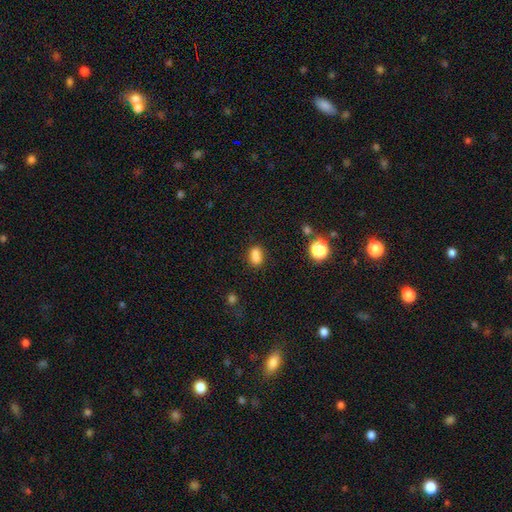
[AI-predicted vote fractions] Overall: smooth (80%). How rounded: in between (72%). Merging: none (59%; merger 21%).